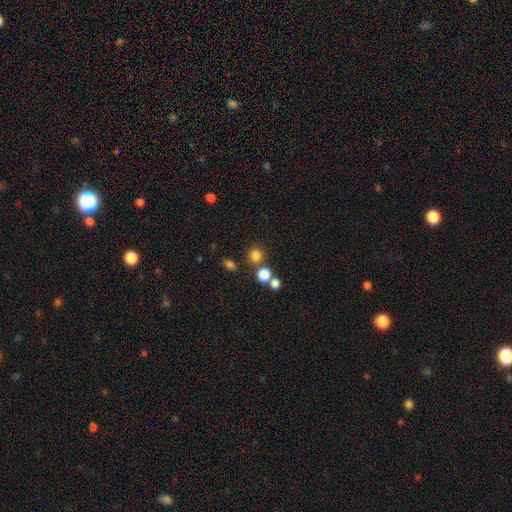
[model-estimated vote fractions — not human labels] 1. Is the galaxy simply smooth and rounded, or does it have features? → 78% smooth, 16% star or artifact, 6% featured or disk.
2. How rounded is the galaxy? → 87% round, 12% in between, 1% cigar-shaped.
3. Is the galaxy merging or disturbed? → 71% none, 17% merger, 8% minor disturbance, 4% major disturbance.